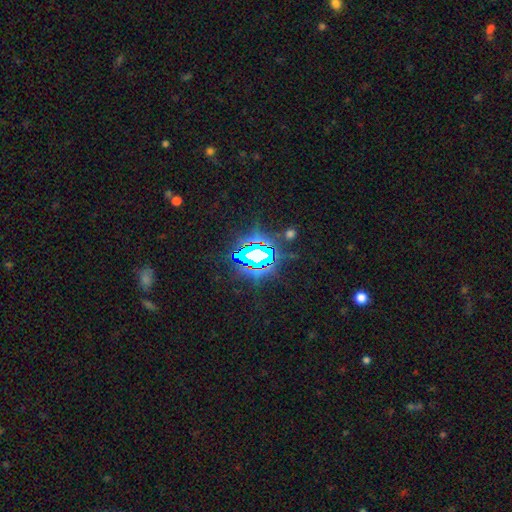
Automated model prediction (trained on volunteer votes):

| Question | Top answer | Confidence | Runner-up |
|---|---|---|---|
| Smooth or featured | star or artifact | 76% | featured or disk (12%) |